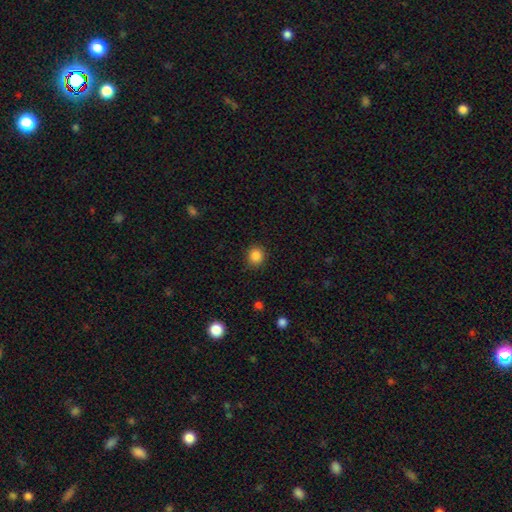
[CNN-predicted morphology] smooth_or_featured: smooth (p=0.86) [alt: star or artifact p=0.11]
how_rounded: round (p=0.81) [alt: in between p=0.18]
merging: none (p=0.89) [alt: minor disturbance p=0.08]